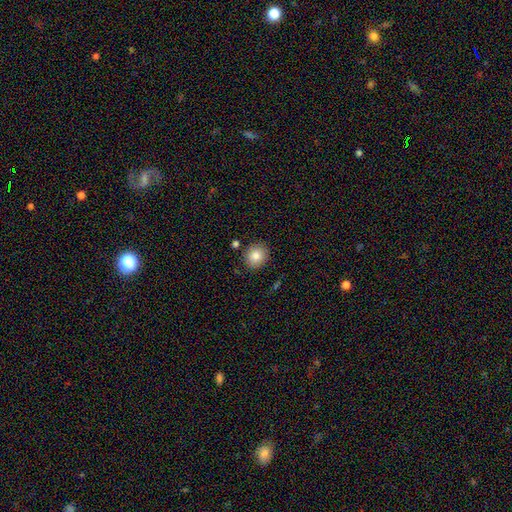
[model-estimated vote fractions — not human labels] Smooth or featured?
  - smooth: 83% *
  - star or artifact: 9%
  - featured or disk: 8%
How rounded?
  - round: 79% *
  - in between: 20%
  - cigar-shaped: 1%
Merging?
  - none: 86% *
  - minor disturbance: 9%
  - merger: 3%
  - major disturbance: 2%